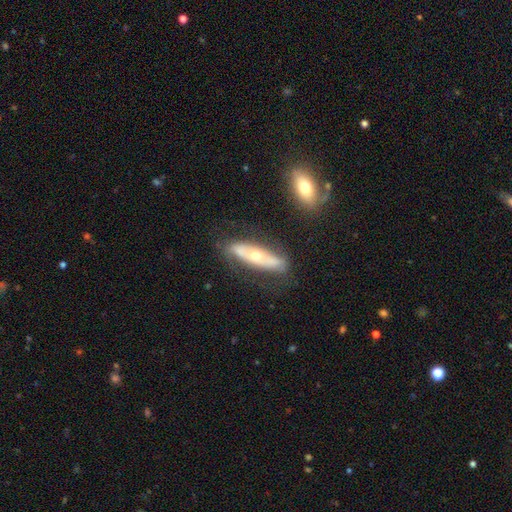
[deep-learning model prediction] This appears to be a featured or disk galaxy (62%). Merging: none (72%).